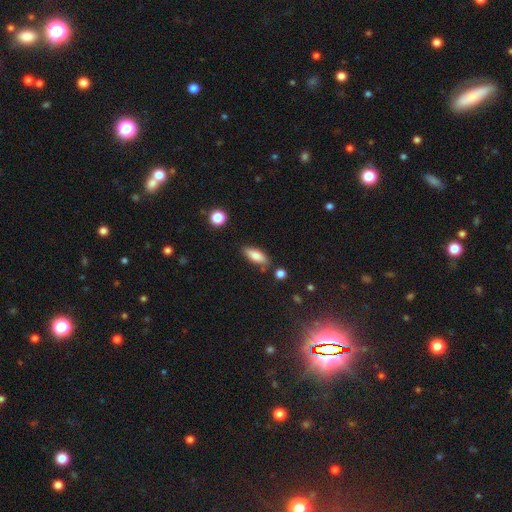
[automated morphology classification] Overall: smooth (79%). How rounded: in between (70%). Merging: none (78%).